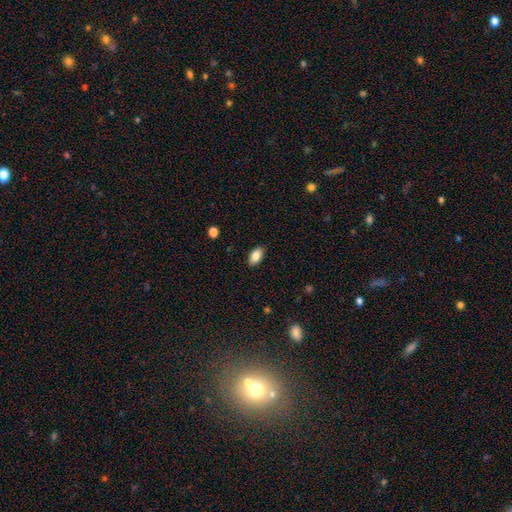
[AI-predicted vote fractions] smooth_or_featured: smooth (p=0.85) [alt: star or artifact p=0.08]
how_rounded: in between (p=0.93) [alt: round p=0.05]
merging: none (p=0.88) [alt: minor disturbance p=0.09]